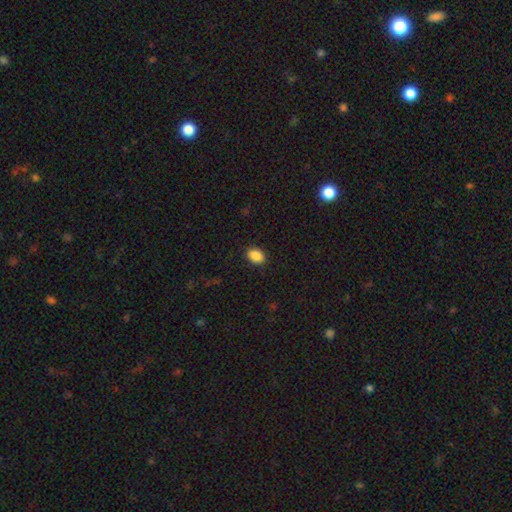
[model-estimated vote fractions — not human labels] Overall: smooth (89%). How rounded: in between (81%). Merging: none (89%).